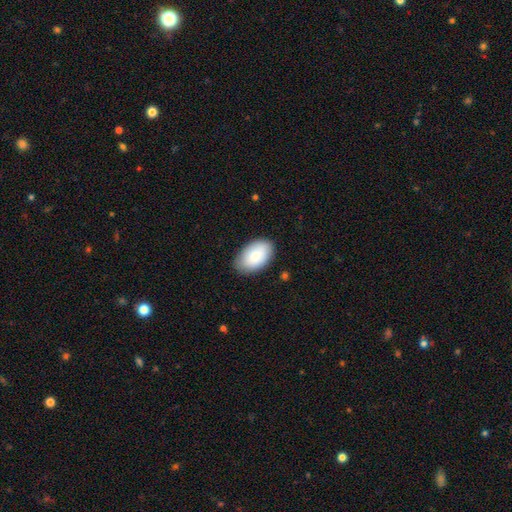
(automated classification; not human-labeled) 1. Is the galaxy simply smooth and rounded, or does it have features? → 85% smooth, 9% featured or disk, 6% star or artifact.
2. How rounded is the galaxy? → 94% in between, 5% round, 1% cigar-shaped.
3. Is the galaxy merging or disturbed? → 83% none, 13% minor disturbance, 3% major disturbance, 1% merger.